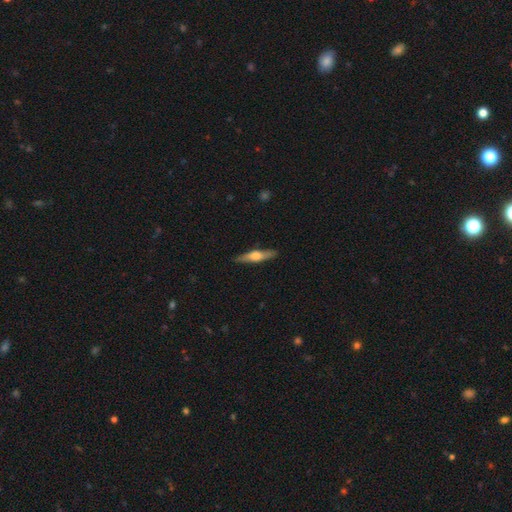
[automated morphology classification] This appears to be a featured or disk galaxy (55%) viewed edge-on (94%) with a rounded central bulge (91%). Merging: none (89%).